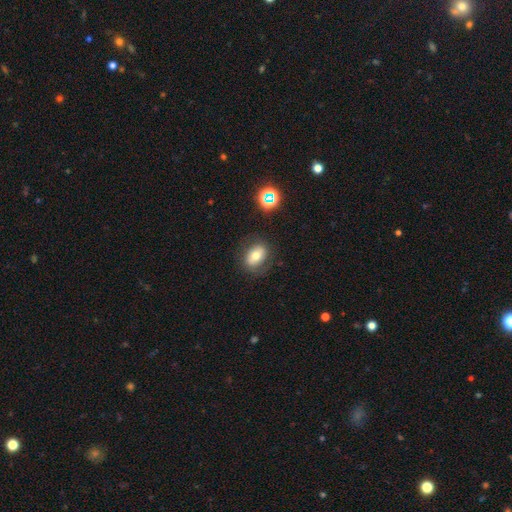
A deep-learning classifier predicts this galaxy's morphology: This is likely a smooth galaxy (66%). How rounded: likely in between (75%). Merging: likely none (79%).